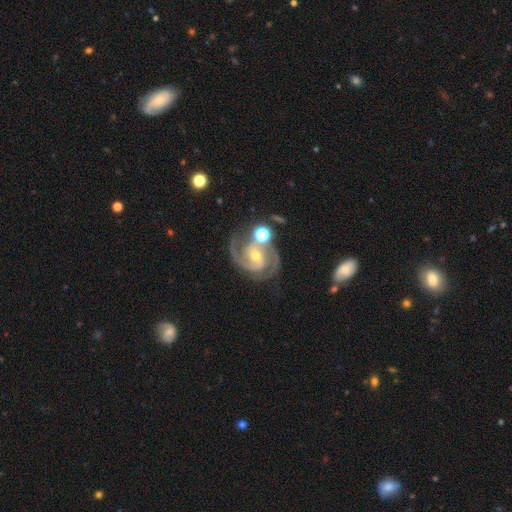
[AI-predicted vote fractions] smooth-or-featured: featured or disk: 90% | star or artifact: 6% | smooth: 4%
  disk-edge-on: no: 98% | yes: 2%
    bar: weak: 42% | no: 35% | strong: 24%
    has-spiral-arms: yes: 98% | no: 2%
      spiral-winding: medium: 55% | tight: 35% | loose: 10%
      spiral-arm-count: 2: 84% | 3: 8% | can't tell: 3% | 1: 2% | 4: 1% | more than 4: 1%
    bulge-size: moderate: 53% | small: 43% | large: 2% | none: 1% | dominant: 1%
  merging: none: 64% | minor disturbance: 16% | merger: 13% | major disturbance: 7%